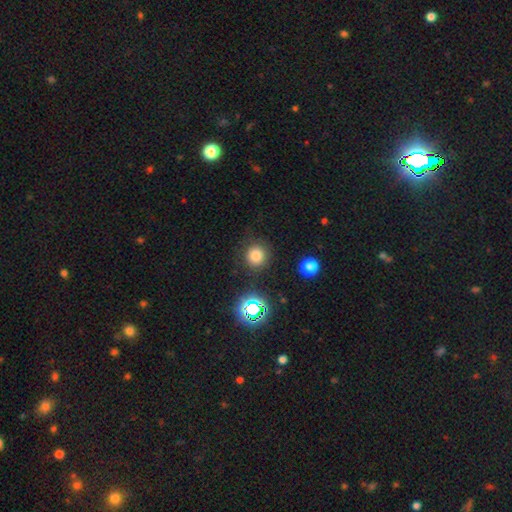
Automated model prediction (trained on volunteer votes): smooth_or_featured: smooth (p=0.75) [alt: star or artifact p=0.18]
how_rounded: round (p=0.92) [alt: in between p=0.07]
merging: none (p=0.85) [alt: minor disturbance p=0.09]